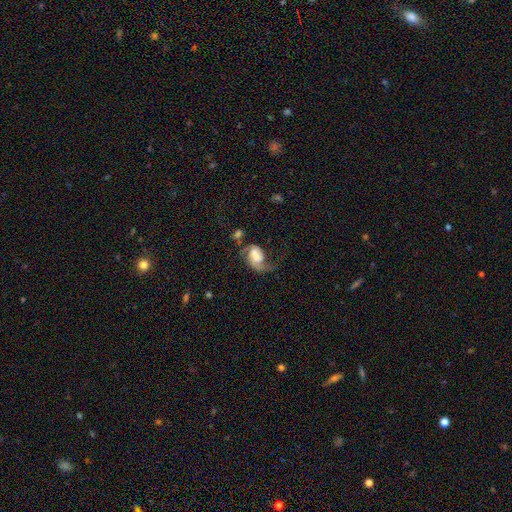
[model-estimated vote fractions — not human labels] Smooth or featured? featured or disk (67%)
Edge-on disk? no (97%)
Bar? no (41%, tied with weak)
Spiral arms? yes (90%)
Spiral winding? loose (52%)
Spiral arm count? 2 (56%)
Bulge size? none (28%)
Merging? major disturbance (42%)